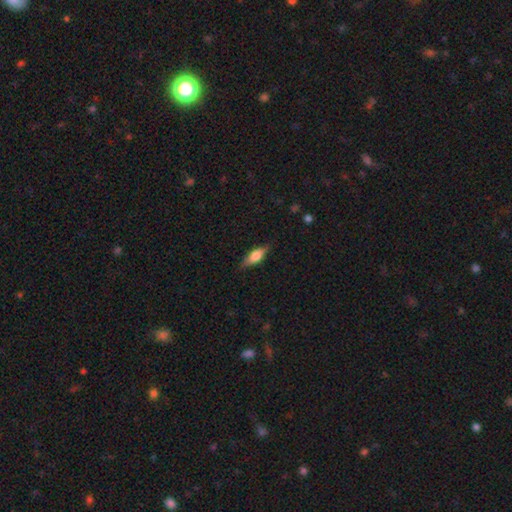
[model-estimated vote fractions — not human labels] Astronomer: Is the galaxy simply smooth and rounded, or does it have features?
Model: smooth — 63%.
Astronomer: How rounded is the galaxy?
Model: in between — 63%.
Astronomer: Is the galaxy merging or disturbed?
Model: none — 81%.